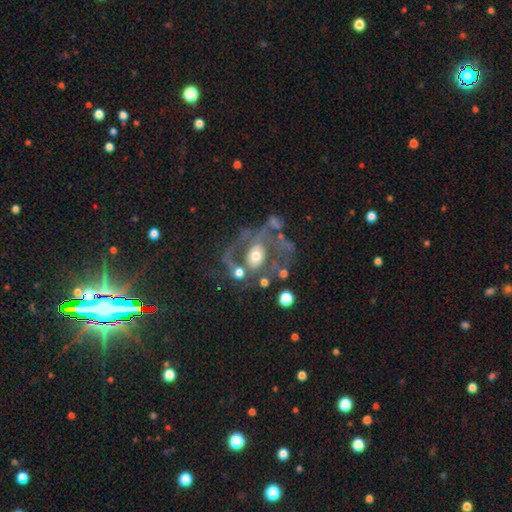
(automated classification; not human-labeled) Smooth or featured? featured or disk (68%)
Edge-on disk? no (97%)
Bar? no (72%)
Spiral arms? yes (57%)
Bulge size? moderate (61%)
Merging? none (35%)